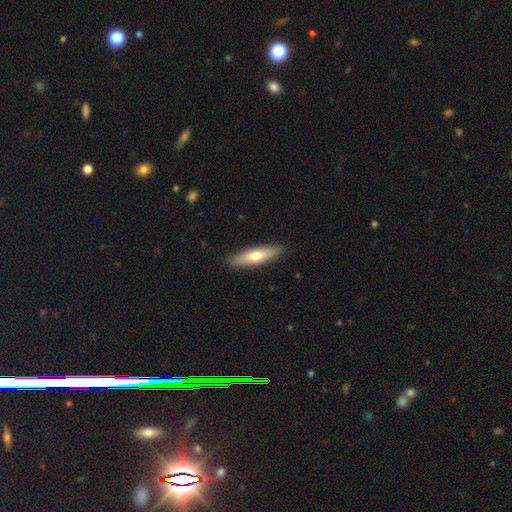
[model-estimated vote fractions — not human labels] smooth 62%, featured or disk 32%, star or artifact 5%. Down the decision tree: how rounded — cigar-shaped (75%); merging — none (90%).